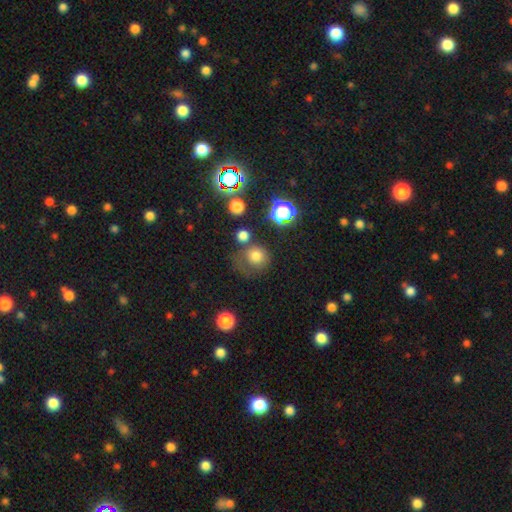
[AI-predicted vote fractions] smooth 73%, star or artifact 17%, featured or disk 10%. Down the decision tree: how rounded — round (86%); merging — none (54%).